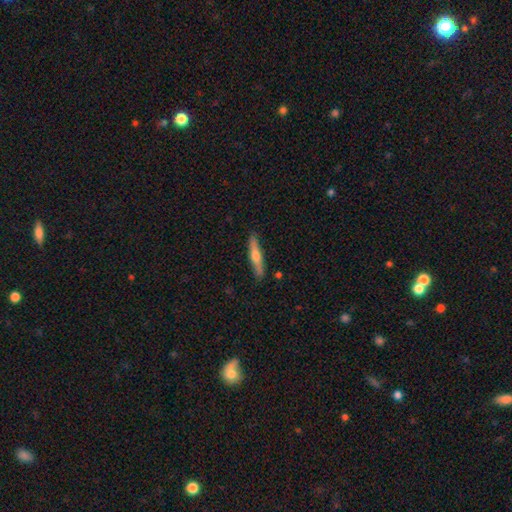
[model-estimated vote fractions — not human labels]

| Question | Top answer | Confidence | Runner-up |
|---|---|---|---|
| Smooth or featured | smooth | 47% | tied: featured or disk (47%) |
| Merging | none | 88% | minor disturbance (9%) |